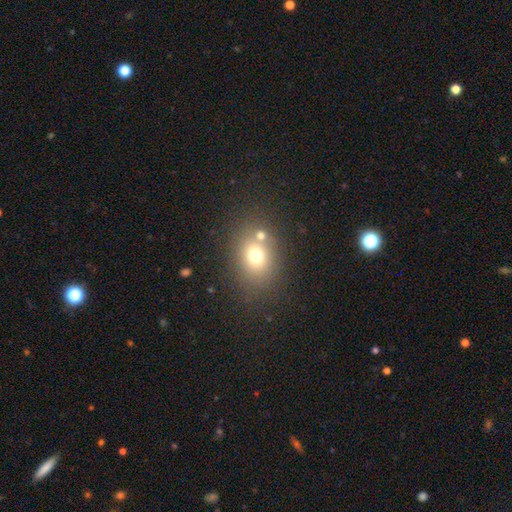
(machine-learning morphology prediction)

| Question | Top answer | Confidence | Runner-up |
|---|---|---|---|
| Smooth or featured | smooth | 70% | star or artifact (15%) |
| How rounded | in between | 51% | round (48%) |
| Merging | none | 65% | merger (18%) |